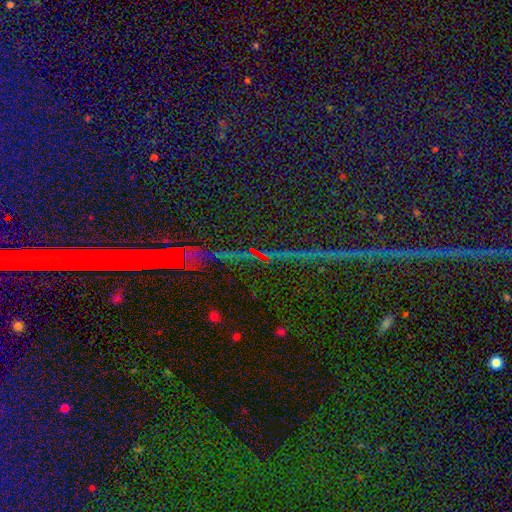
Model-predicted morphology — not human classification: The model was most divided on "smooth or featured": star or artifact: 84%, featured or disk: 8%, smooth: 8%.